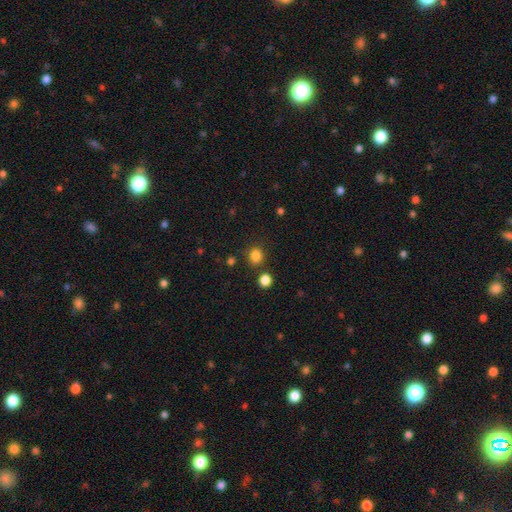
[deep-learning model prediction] This is clearly a smooth galaxy (83%). How rounded: likely round (79%). Merging: clearly none (82%).